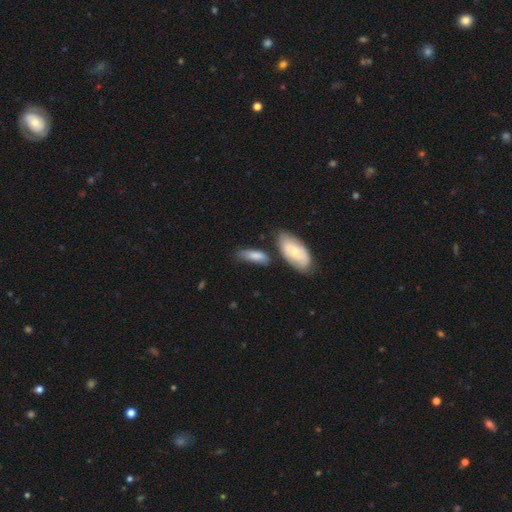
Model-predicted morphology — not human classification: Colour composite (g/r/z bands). It shows a smooth galaxy with no disk features (77%) that is in between round and cigar-shaped (68%). Merging: none (57%).